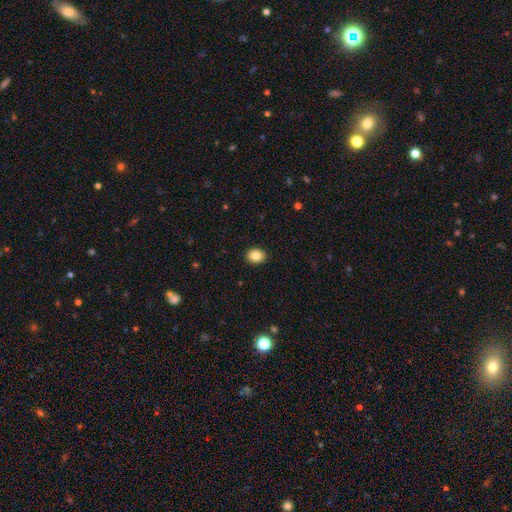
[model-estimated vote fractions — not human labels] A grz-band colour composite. It shows a smooth galaxy with no disk features (85%) that is in between round and cigar-shaped (51%). Merging: none (92%).